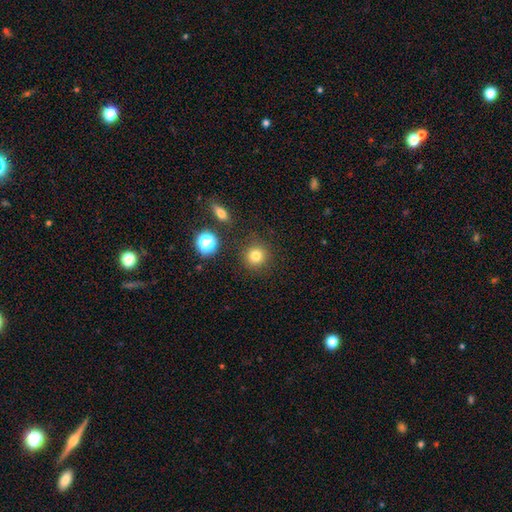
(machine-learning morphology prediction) This appears to be a smooth galaxy with no disk features (78%) that is round (93%). Merging: none (86%).